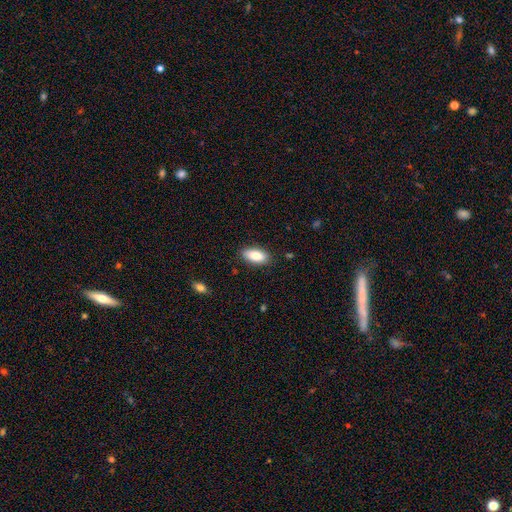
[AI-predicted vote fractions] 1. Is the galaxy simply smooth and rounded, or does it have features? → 84% smooth, 9% featured or disk, 7% star or artifact.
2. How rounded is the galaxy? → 88% in between, 10% cigar-shaped, 2% round.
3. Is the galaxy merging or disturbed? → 86% none, 11% minor disturbance, 2% major disturbance, 1% merger.